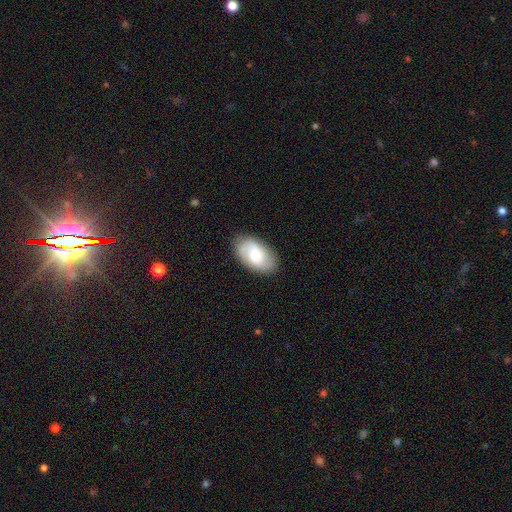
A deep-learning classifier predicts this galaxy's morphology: Overall: smooth (48%; featured or disk 45%). Merging: none (82%).